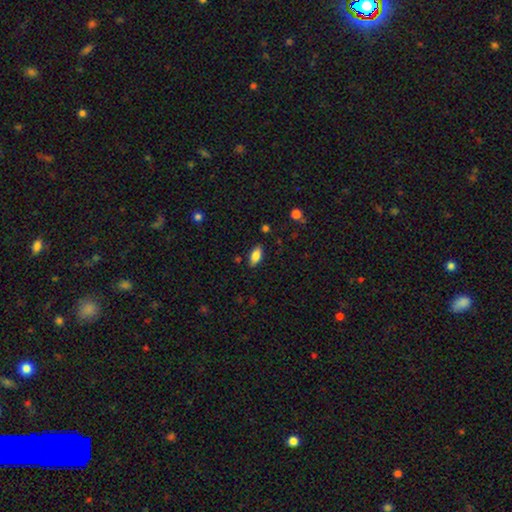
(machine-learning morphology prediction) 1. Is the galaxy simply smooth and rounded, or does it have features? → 83% smooth, 10% featured or disk, 7% star or artifact.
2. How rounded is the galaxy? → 90% in between, 7% cigar-shaped, 3% round.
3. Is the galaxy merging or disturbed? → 86% none, 11% minor disturbance, 2% major disturbance, 2% merger.